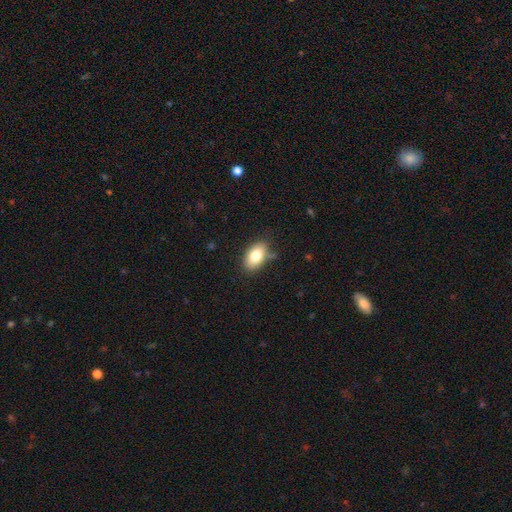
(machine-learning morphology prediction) Q: Smooth or featured?
A: smooth (78%); runner-up: featured or disk (14%)
Q: How rounded?
A: in between (90%); runner-up: round (8%)
Q: Merging?
A: none (76%); runner-up: minor disturbance (17%)